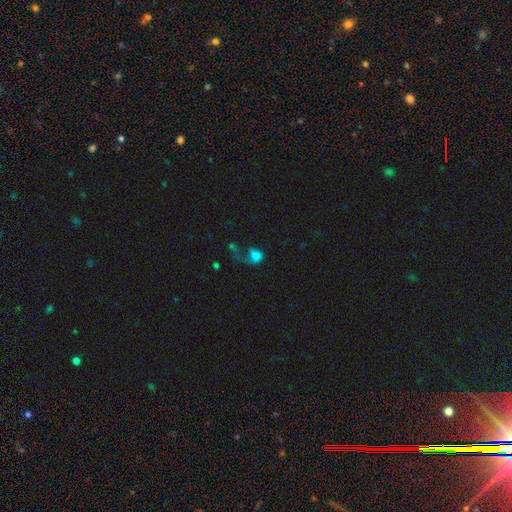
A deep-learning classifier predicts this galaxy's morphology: type=smooth (60%); roundness=in between (55%); merging=major disturbance (53%).